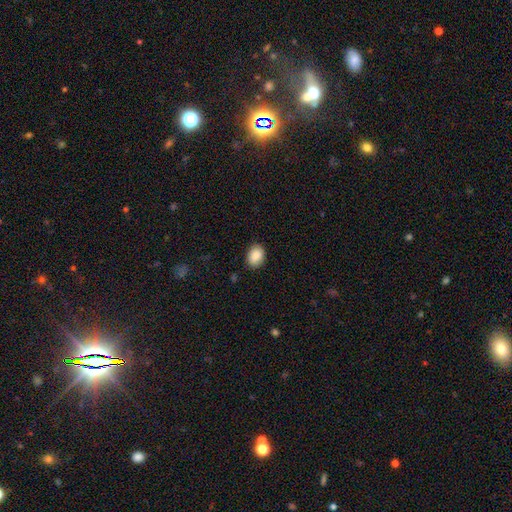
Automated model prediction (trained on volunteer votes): smooth 88%, star or artifact 7%, featured or disk 4%. Down the decision tree: how rounded — in between (72%); merging — none (86%).